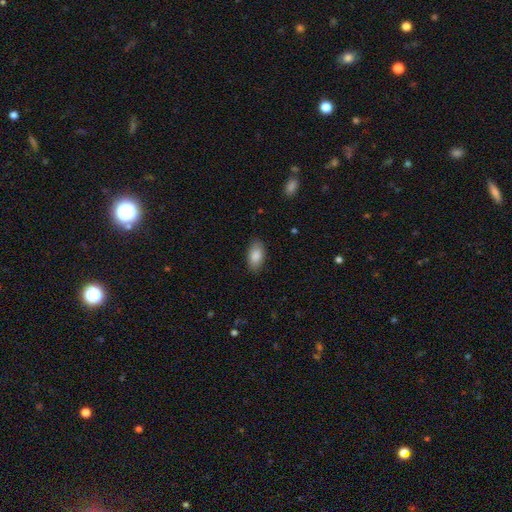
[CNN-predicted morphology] Smooth or featured?
  - smooth: 87% *
  - star or artifact: 7%
  - featured or disk: 6%
How rounded?
  - in between: 93% *
  - round: 4%
  - cigar-shaped: 3%
Merging?
  - none: 85% *
  - minor disturbance: 11%
  - major disturbance: 3%
  - merger: 1%